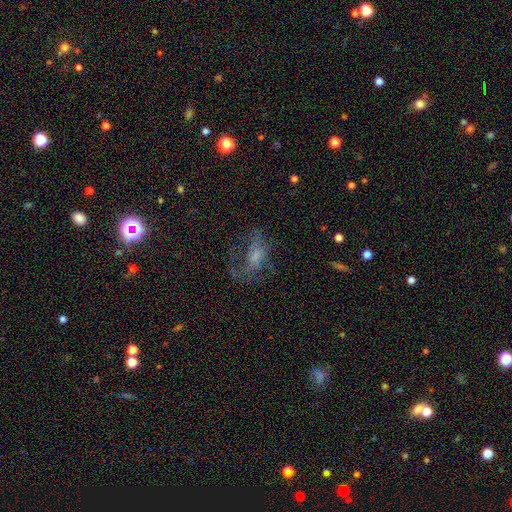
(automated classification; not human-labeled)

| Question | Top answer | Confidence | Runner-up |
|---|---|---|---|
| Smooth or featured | featured or disk | 52% | smooth (34%) |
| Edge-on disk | no | 95% | yes (5%) |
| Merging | major disturbance | 40% | none (38%) |